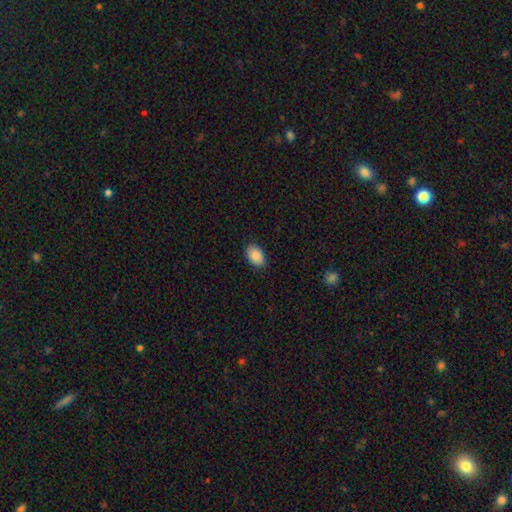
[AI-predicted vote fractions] smooth_or_featured: smooth (p=0.89) [alt: star or artifact p=0.07]
how_rounded: in between (p=0.89) [alt: round p=0.09]
merging: none (p=0.87) [alt: minor disturbance p=0.10]